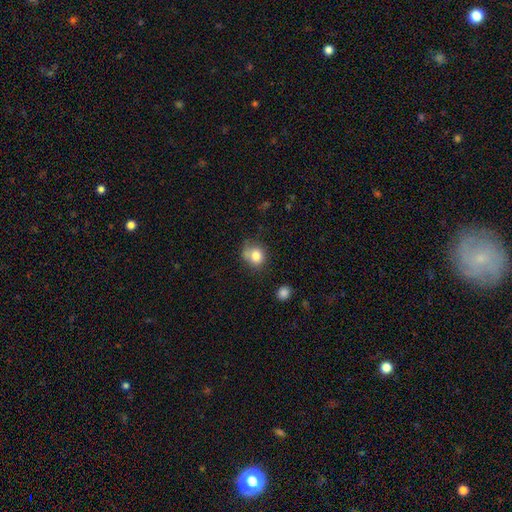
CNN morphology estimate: Smooth or featured: smooth — 81% (star or artifact — 10%)
How rounded: round — 72% (in between — 27%)
Merging: none — 54% (minor disturbance — 28%)